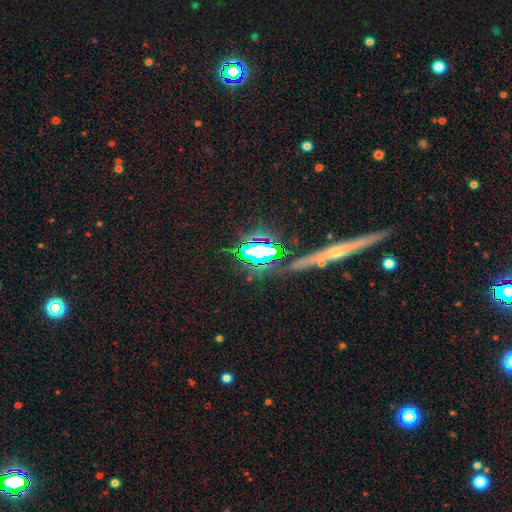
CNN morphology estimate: A star or artifact, not a galaxy (59%).